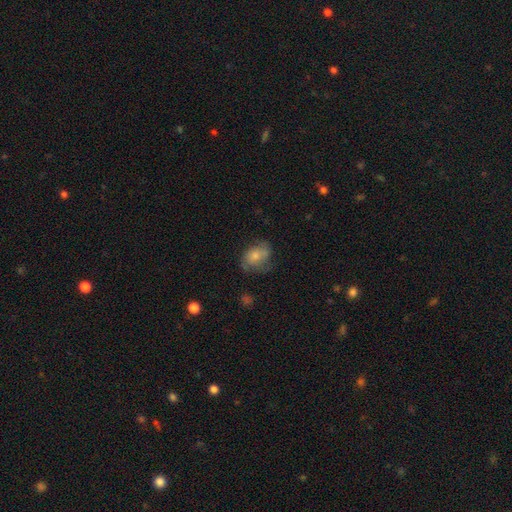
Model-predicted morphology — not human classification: Smooth or featured?
  - smooth: 64% *
  - featured or disk: 28%
  - star or artifact: 8%
How rounded?
  - in between: 68% *
  - round: 31%
  - cigar-shaped: 1%
Merging?
  - none: 51% *
  - minor disturbance: 30%
  - major disturbance: 17%
  - merger: 3%